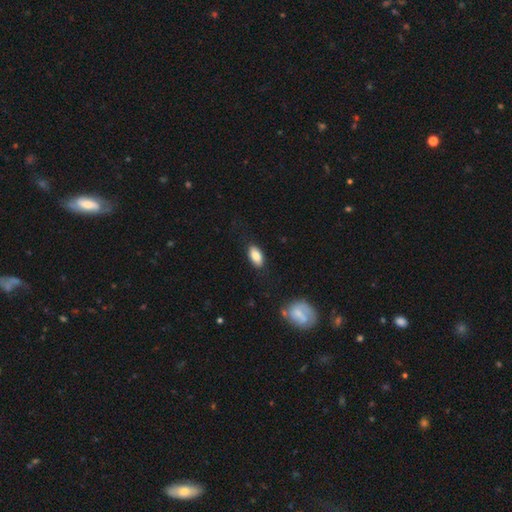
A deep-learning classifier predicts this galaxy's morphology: Smooth or featured? Predicted: smooth (p=0.84). How rounded? Predicted: in between (p=0.90). Merging? Predicted: none (p=0.84).